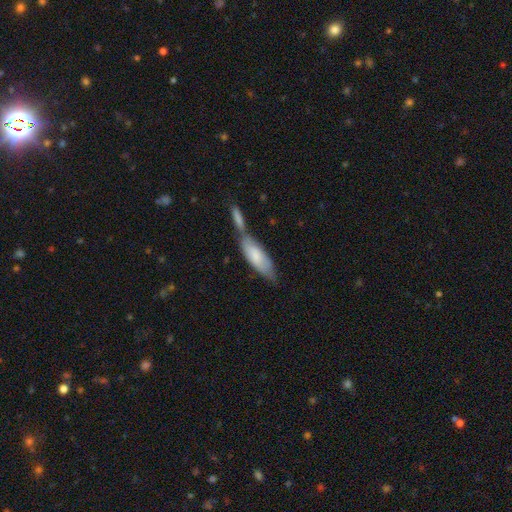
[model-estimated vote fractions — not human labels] Smooth or featured?
  - smooth: 74% *
  - featured or disk: 21%
  - star or artifact: 5%
How rounded?
  - in between: 59% *
  - cigar-shaped: 40%
  - round: 2%
Merging?
  - merger: 49% *
  - none: 31%
  - minor disturbance: 14%
  - major disturbance: 5%